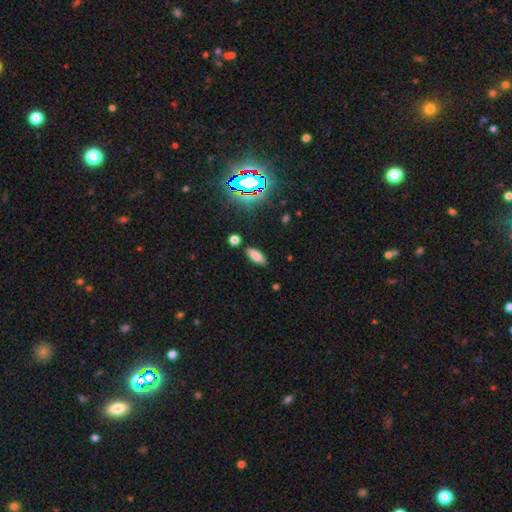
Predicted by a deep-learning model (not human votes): A smooth galaxy with no disk features (77%) that is in between round and cigar-shaped (76%).

Vote fractions:
- Smooth or featured? smooth: 77% / star or artifact: 15% / featured or disk: 8%
- How rounded? in between: 76% / cigar-shaped: 21% / round: 3%
- Merging? none: 85% / minor disturbance: 9% / merger: 3% / major disturbance: 3%